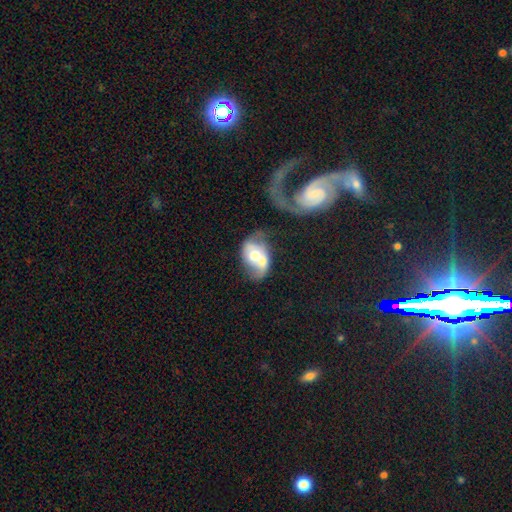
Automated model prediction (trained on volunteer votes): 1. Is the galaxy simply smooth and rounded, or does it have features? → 55% featured or disk, 38% smooth, 7% star or artifact.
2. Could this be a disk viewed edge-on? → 95% no, 5% yes.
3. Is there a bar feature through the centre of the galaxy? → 68% no, 24% weak, 9% strong.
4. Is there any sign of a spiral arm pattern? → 56% yes, 44% no.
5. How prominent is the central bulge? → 62% moderate, 20% large, 13% small, 3% dominant, 3% none.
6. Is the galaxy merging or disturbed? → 46% merger, 21% none, 19% major disturbance, 14% minor disturbance.